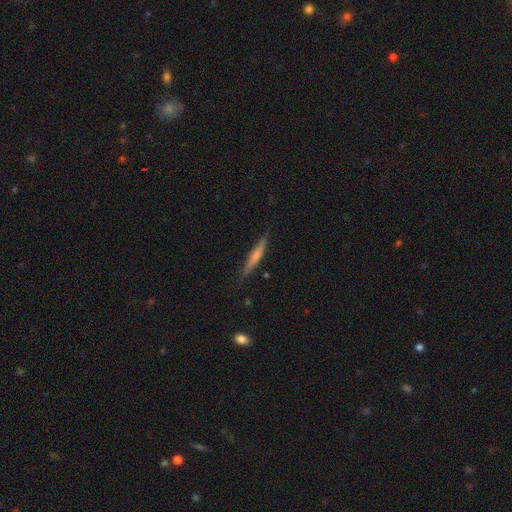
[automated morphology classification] smooth-or-featured: featured or disk: 49% | smooth: 45% | star or artifact: 6%
  merging: none: 86% | minor disturbance: 11% | major disturbance: 2% | merger: 1%